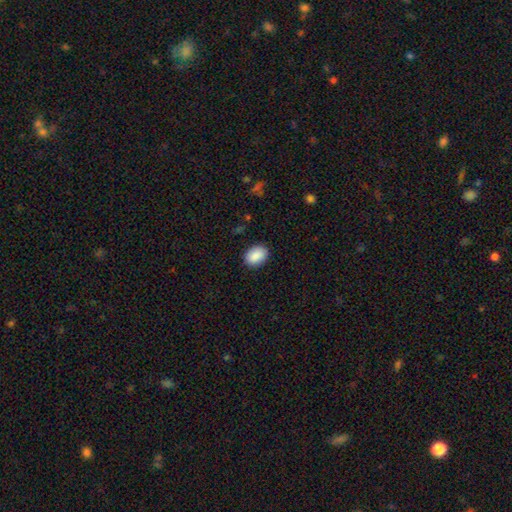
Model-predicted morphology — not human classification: type=smooth (90%); roundness=in between (77%); merging=none (88%).